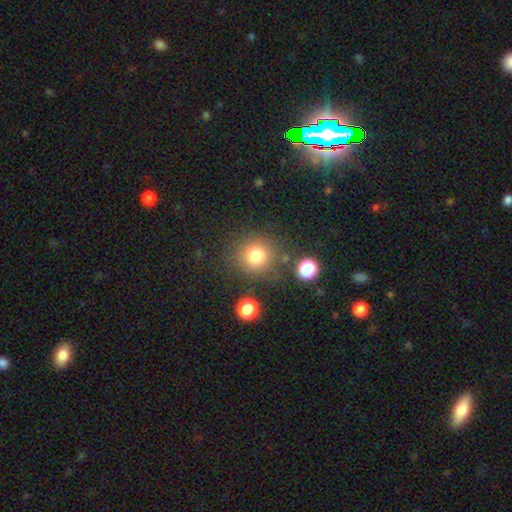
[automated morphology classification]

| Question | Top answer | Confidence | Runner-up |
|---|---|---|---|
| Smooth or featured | smooth | 79% | star or artifact (14%) |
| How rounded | round | 90% | in between (9%) |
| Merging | none | 79% | minor disturbance (10%) |